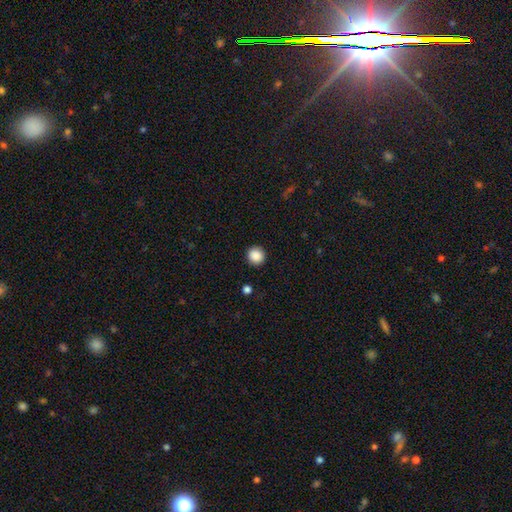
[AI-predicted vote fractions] smooth 88%, star or artifact 9%, featured or disk 3%. Down the decision tree: how rounded — round (93%); merging — none (92%).